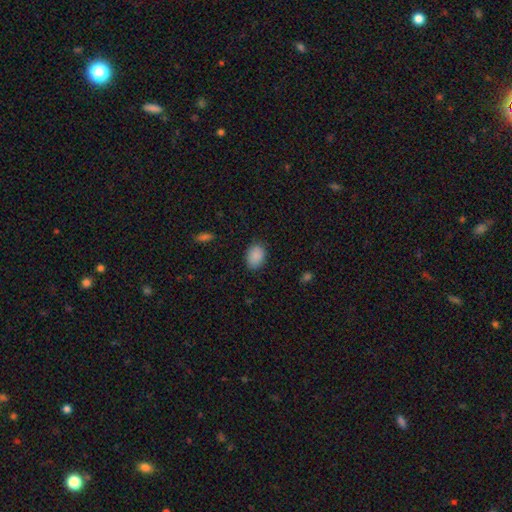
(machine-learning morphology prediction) type=smooth (89%); roundness=in between (77%); merging=none (85%).